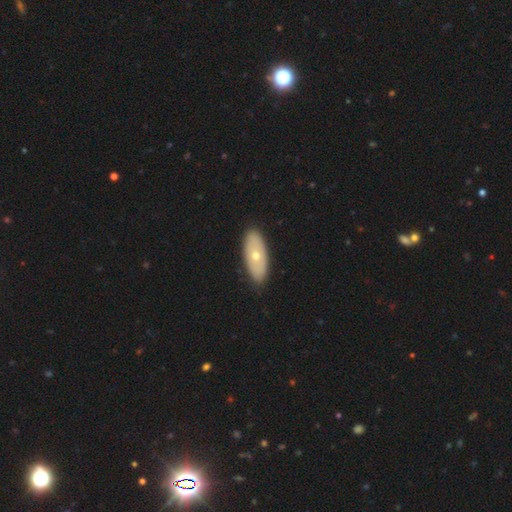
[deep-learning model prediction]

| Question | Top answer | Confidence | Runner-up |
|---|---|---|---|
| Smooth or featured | smooth | 54% | featured or disk (40%) |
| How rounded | in between | 84% | cigar-shaped (13%) |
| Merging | none | 89% | minor disturbance (8%) |